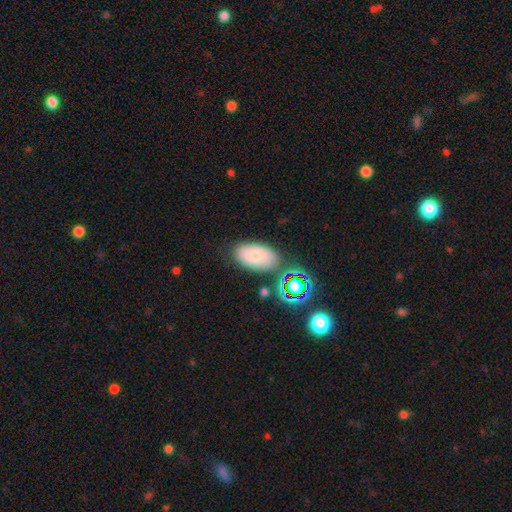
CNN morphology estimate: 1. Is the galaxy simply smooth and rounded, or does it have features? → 69% smooth, 18% featured or disk, 12% star or artifact.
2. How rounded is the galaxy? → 93% in between, 5% round, 2% cigar-shaped.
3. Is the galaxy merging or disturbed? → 71% none, 16% minor disturbance, 8% merger, 5% major disturbance.